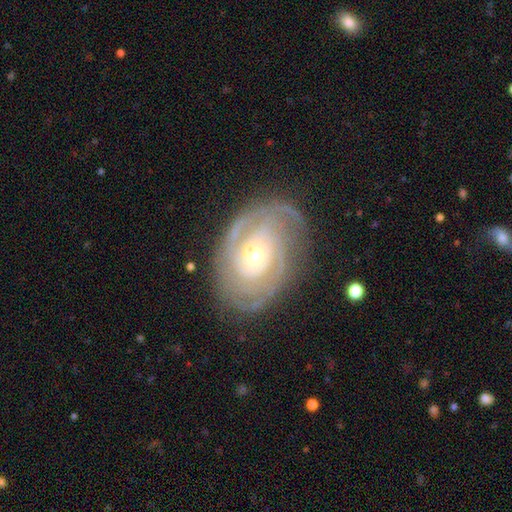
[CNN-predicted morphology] smooth_or_featured: featured or disk (p=0.85) [alt: smooth p=0.09]
disk_edge_on: no (p=0.96) [alt: yes p=0.04]
bar: no (p=0.61) [alt: weak p=0.30]
has_spiral_arms: yes (p=0.95) [alt: no p=0.05]
spiral_winding: tight (p=0.70) [alt: medium p=0.24]
spiral_arm_count: can't tell (p=0.28) [tied with: 2 p=0.28]
bulge_size: small (p=0.52) [alt: moderate p=0.43]
merging: none (p=0.72) [alt: minor disturbance p=0.17]